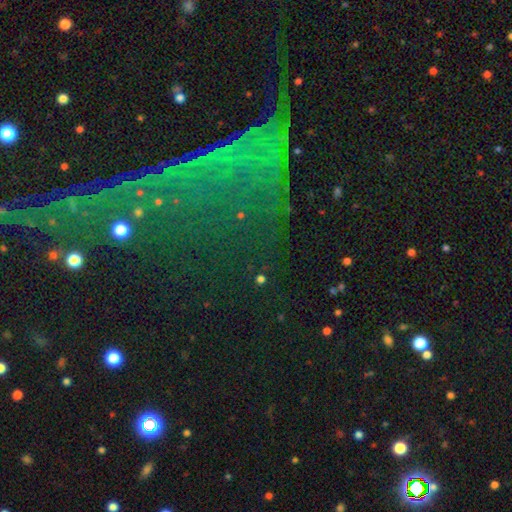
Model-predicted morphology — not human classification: Q: Smooth or featured?
A: star or artifact (67%); runner-up: featured or disk (17%)